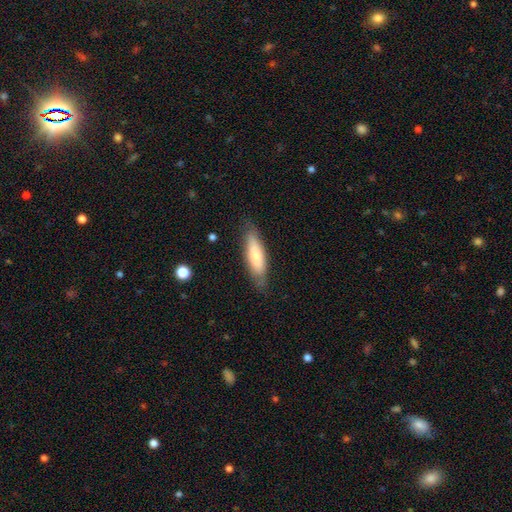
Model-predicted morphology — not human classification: This is likely a smooth galaxy (69%). How rounded: possibly cigar-shaped (55%). Merging: likely none (79%).